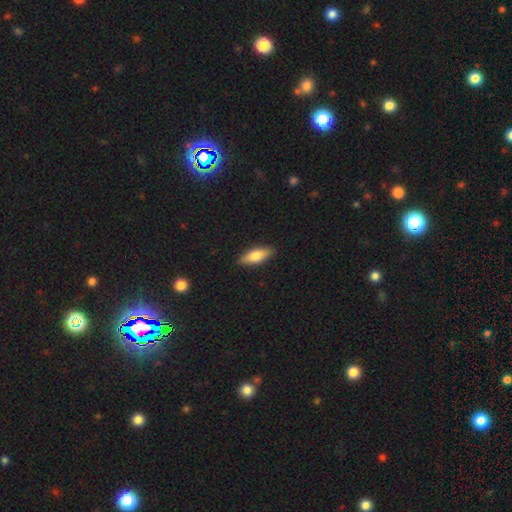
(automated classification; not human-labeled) This is likely a smooth galaxy (69%). How rounded: likely in between (66%). Merging: clearly none (89%).